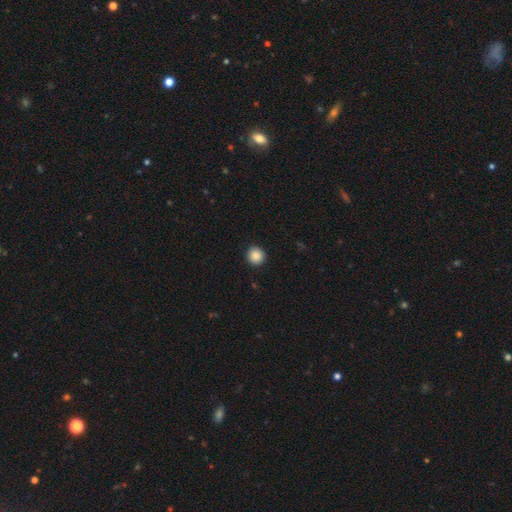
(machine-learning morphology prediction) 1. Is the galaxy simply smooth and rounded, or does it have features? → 88% smooth, 9% star or artifact, 3% featured or disk.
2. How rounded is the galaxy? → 93% round, 6% in between, 1% cigar-shaped.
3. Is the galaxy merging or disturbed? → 92% none, 5% minor disturbance, 2% major disturbance, 1% merger.